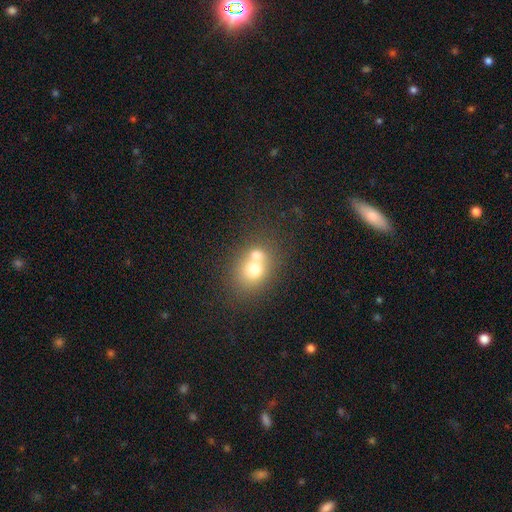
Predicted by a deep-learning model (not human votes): smooth 67%, featured or disk 20%, star or artifact 12%. Down the decision tree: how rounded — round (67%); merging — merger (58%).